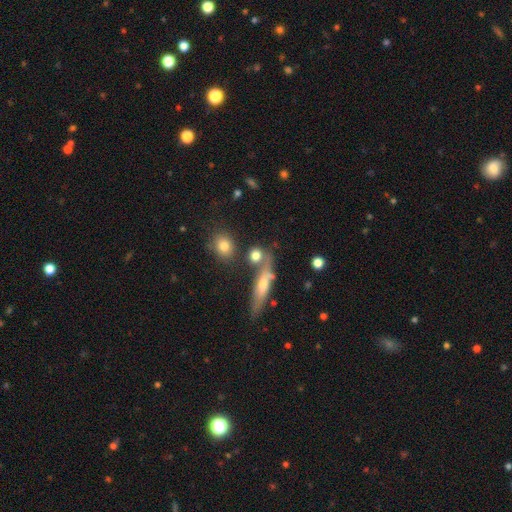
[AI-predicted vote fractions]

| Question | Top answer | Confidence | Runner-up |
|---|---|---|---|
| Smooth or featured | smooth | 72% | featured or disk (17%) |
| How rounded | round | 59% | in between (27%) |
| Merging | none | 54% | merger (26%) |